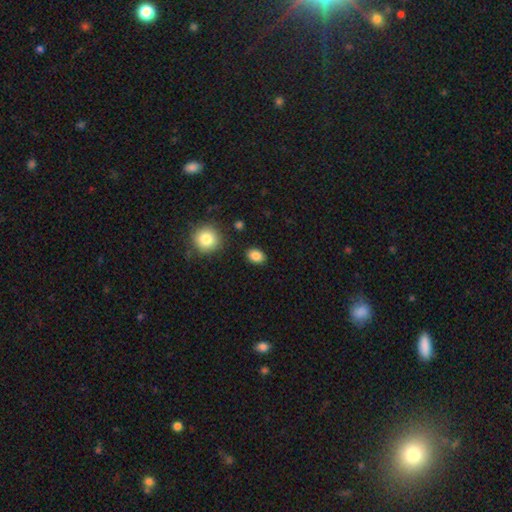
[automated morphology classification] Q: Smooth or featured?
A: smooth (86%); runner-up: star or artifact (9%)
Q: How rounded?
A: in between (71%); runner-up: round (27%)
Q: Merging?
A: none (87%); runner-up: minor disturbance (9%)